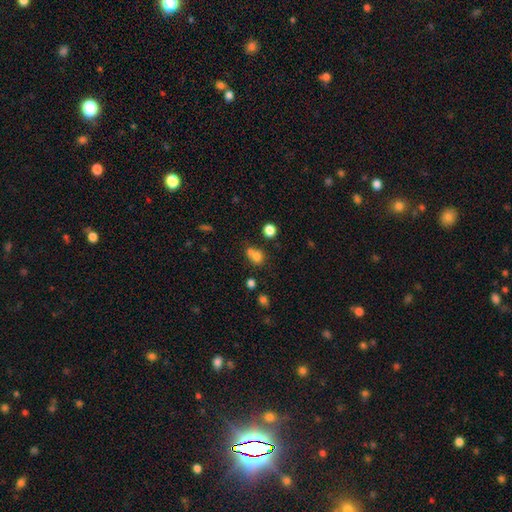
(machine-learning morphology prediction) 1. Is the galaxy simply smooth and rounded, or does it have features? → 74% smooth, 15% star or artifact, 11% featured or disk.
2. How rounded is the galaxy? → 77% round, 22% in between, 1% cigar-shaped.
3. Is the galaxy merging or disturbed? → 47% merger, 41% none, 8% minor disturbance, 4% major disturbance.